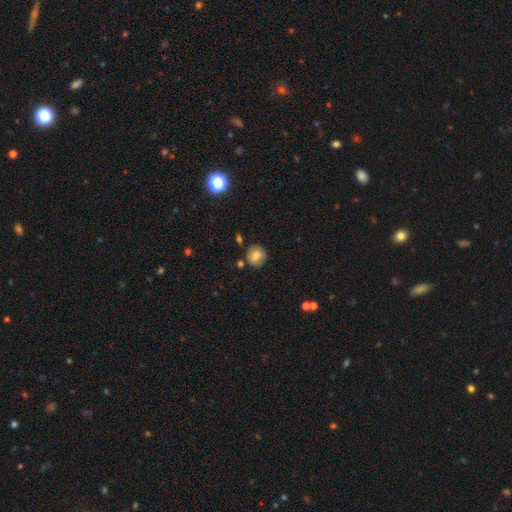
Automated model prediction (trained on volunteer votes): This appears to be a smooth galaxy with no disk features (78%) that is round (88%). Merging: none (81%).